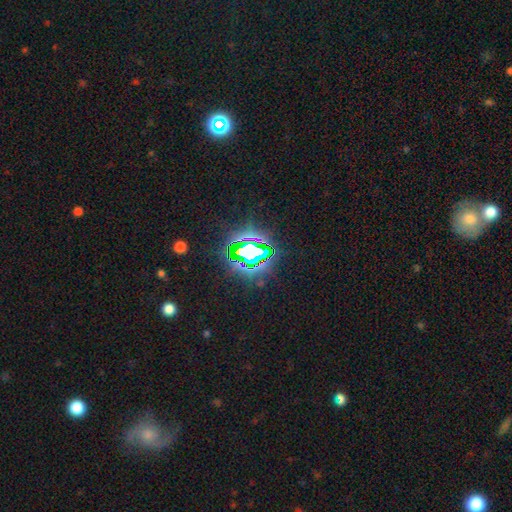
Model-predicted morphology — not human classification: Smooth or featured? Predicted: star or artifact (p=0.75).